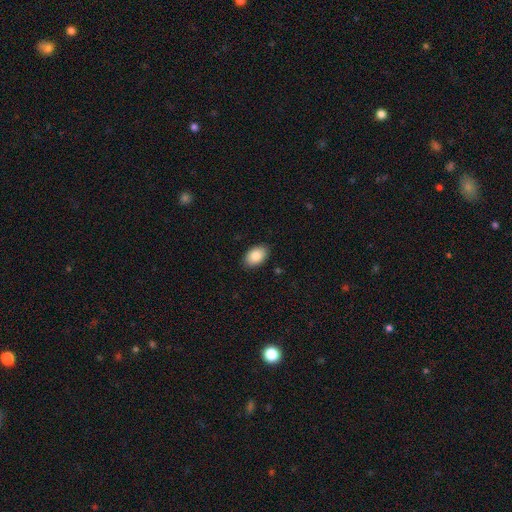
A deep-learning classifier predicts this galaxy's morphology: This is clearly a smooth galaxy (86%). How rounded: clearly in between (90%). Merging: clearly none (88%).